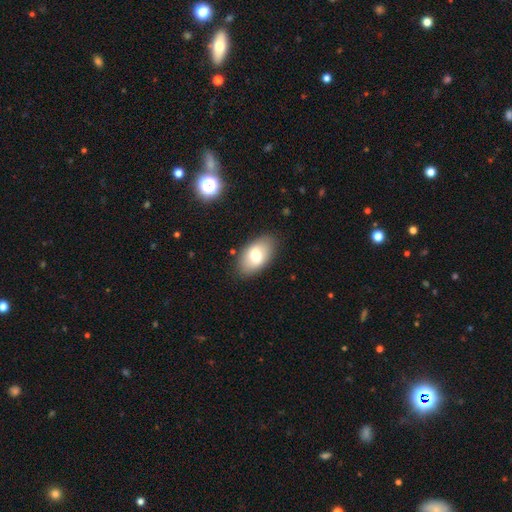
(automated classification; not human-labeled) Overall: smooth (72%). How rounded: in between (93%). Merging: none (85%).